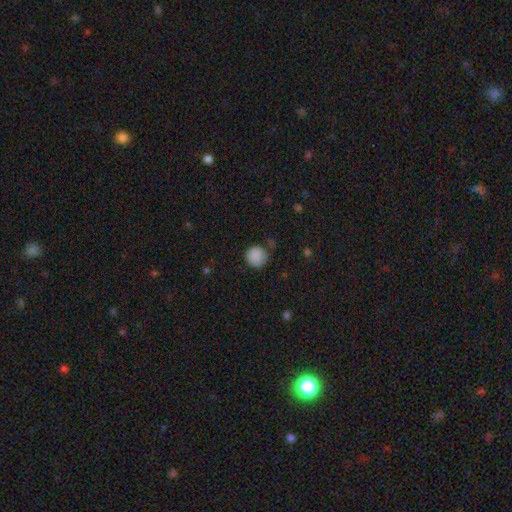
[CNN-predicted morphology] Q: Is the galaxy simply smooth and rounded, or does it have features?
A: smooth — 87%.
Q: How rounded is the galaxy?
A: round — 92%.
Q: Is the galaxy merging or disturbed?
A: none — 73%.